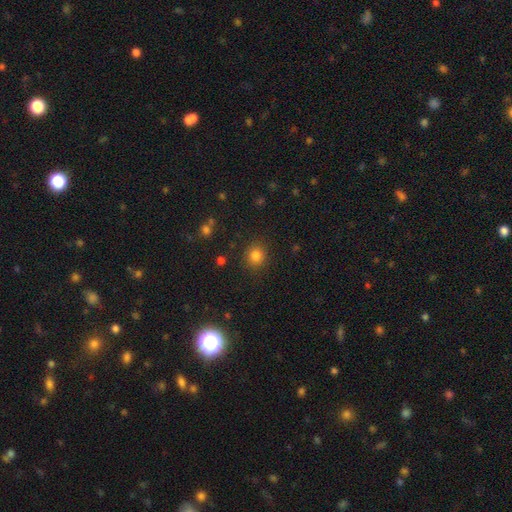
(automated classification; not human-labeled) A smooth galaxy with no disk features (82%) that is round (87%). Merging: none (88%).